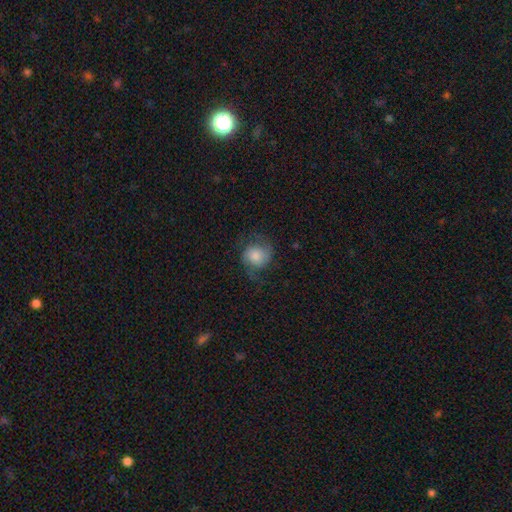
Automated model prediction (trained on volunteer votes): This is possibly a smooth galaxy (46%). Merging: likely none (65%).